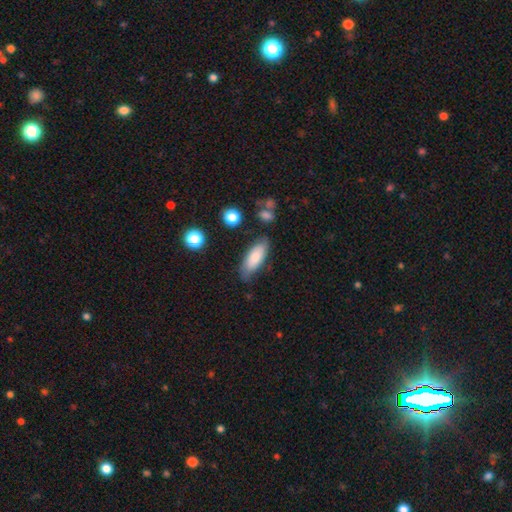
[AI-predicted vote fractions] smooth-or-featured: smooth: 79% | featured or disk: 14% | star or artifact: 7%
  how-rounded: in between: 72% | cigar-shaped: 26% | round: 2%
  merging: none: 76% | minor disturbance: 17% | major disturbance: 4% | merger: 3%